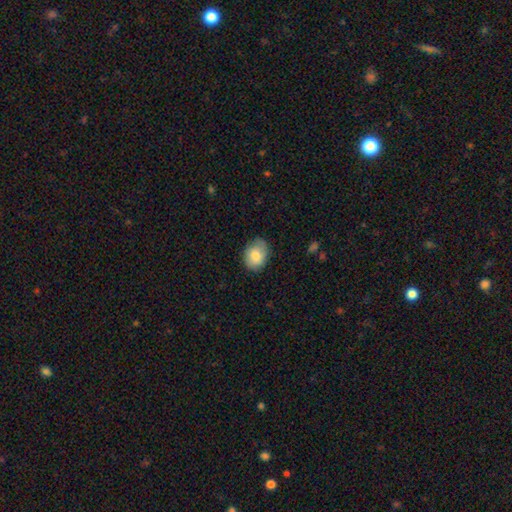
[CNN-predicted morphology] Smooth or featured? smooth (81%)
How rounded? in between (60%)
Merging? none (76%)